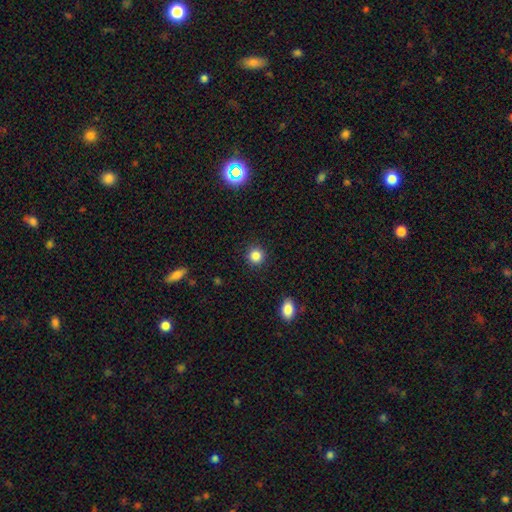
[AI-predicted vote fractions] A smooth galaxy with no disk features (85%) that is round (94%).

Vote fractions:
- Smooth or featured? smooth: 85% / star or artifact: 11% / featured or disk: 4%
- How rounded? round: 94% / in between: 5% / cigar-shaped: 1%
- Merging? none: 91% / minor disturbance: 5% / major disturbance: 2% / merger: 1%